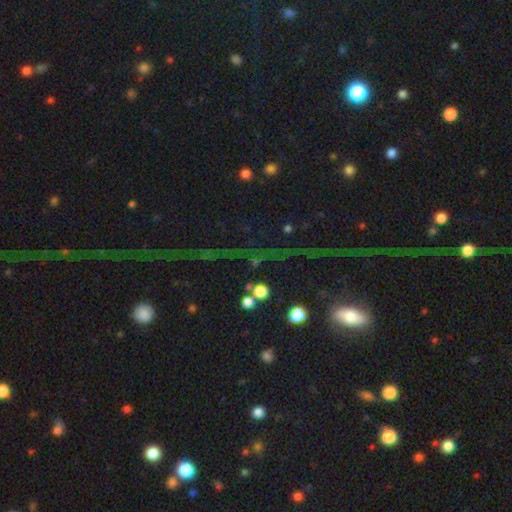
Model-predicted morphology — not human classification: type=star or artifact (66%).